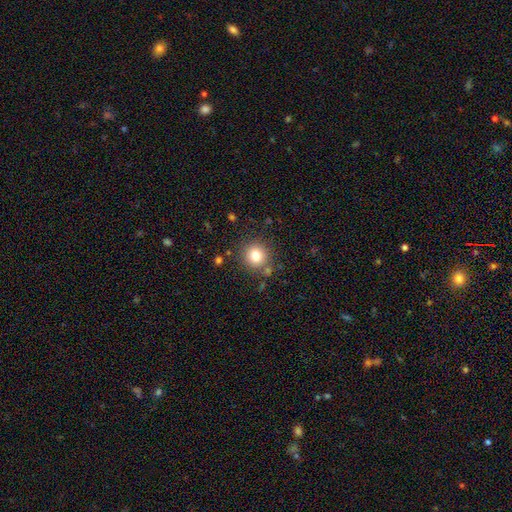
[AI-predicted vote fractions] A smooth galaxy with no disk features (79%) that is round (92%). Merging: none (84%).